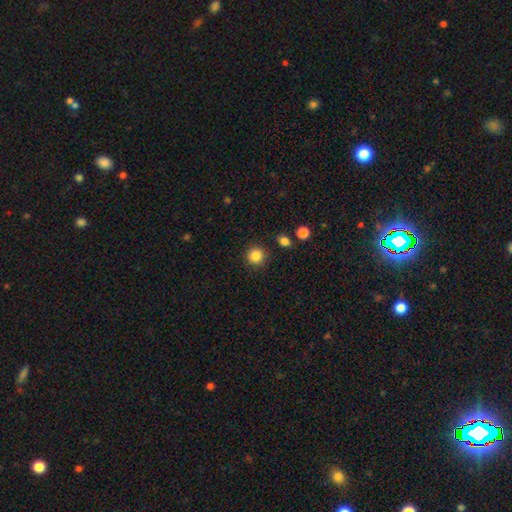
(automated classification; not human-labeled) This is clearly a smooth galaxy (85%). How rounded: clearly round (93%). Merging: clearly none (89%).